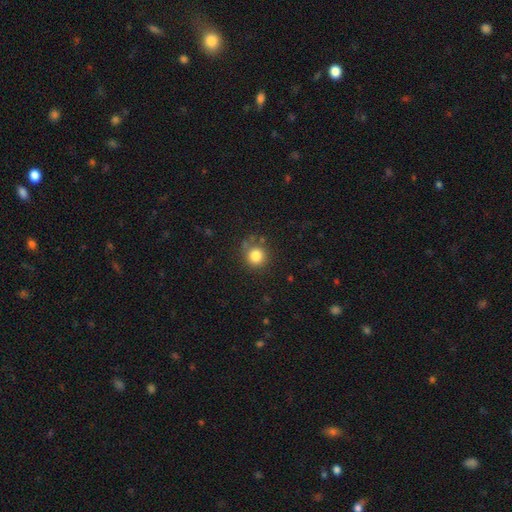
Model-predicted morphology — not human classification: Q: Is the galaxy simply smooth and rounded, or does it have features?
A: smooth — 82%.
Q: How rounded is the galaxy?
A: round — 90%.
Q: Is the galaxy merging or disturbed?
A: none — 75%.